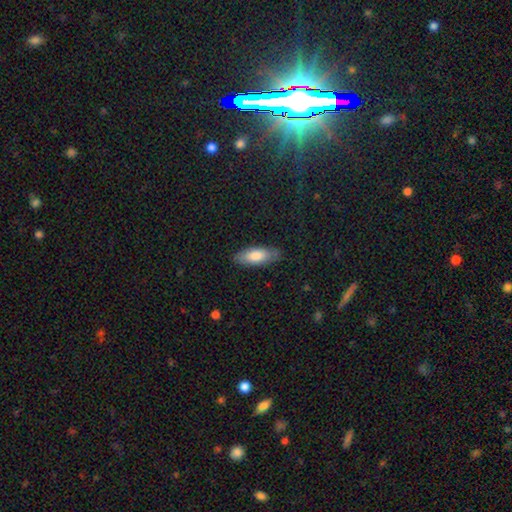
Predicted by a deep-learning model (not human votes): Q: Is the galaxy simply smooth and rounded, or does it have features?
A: smooth — 79%.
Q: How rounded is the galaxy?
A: in between — 73%.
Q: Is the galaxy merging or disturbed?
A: none — 85%.